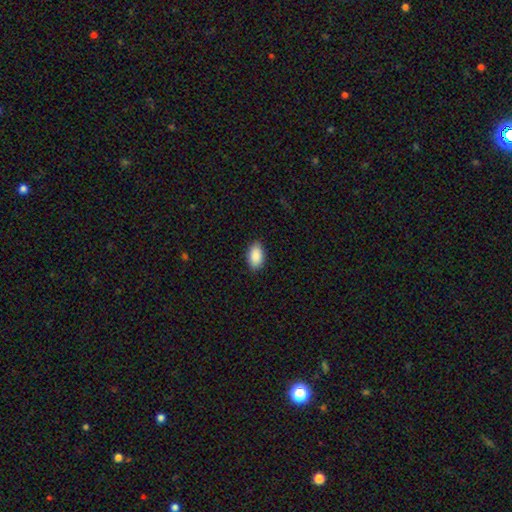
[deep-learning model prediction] A smooth galaxy with no disk features (91%) that is in between round and cigar-shaped (94%).

Vote fractions:
- Smooth or featured? smooth: 91% / star or artifact: 6% / featured or disk: 3%
- How rounded? in between: 94% / round: 4% / cigar-shaped: 2%
- Merging? none: 87% / minor disturbance: 10% / major disturbance: 2% / merger: 1%